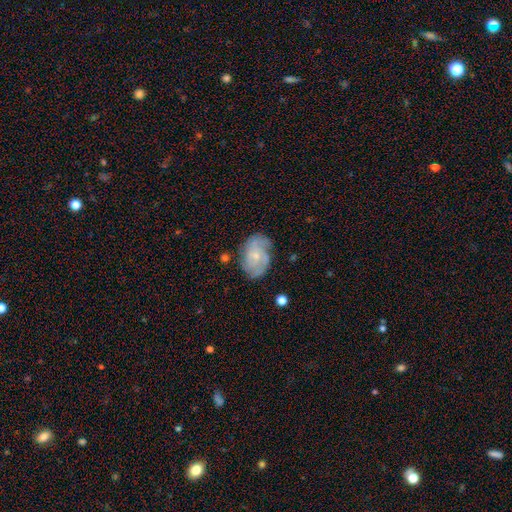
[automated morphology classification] smooth_or_featured: featured or disk (p=0.66) [alt: smooth p=0.27]
disk_edge_on: no (p=0.97) [alt: yes p=0.03]
bar: no (p=0.75) [alt: weak p=0.23]
has_spiral_arms: yes (p=0.86) [alt: no p=0.14]
spiral_winding: tight (p=0.50) [alt: medium p=0.36]
spiral_arm_count: can't tell (p=0.37) [alt: 2 p=0.28]
bulge_size: small (p=0.65) [alt: moderate p=0.28]
merging: none (p=0.69) [alt: minor disturbance p=0.22]